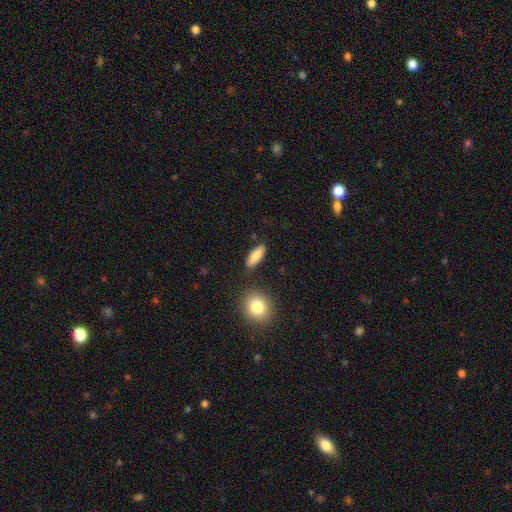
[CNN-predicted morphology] Smooth or featured? smooth (82%)
How rounded? in between (67%)
Merging? none (83%)